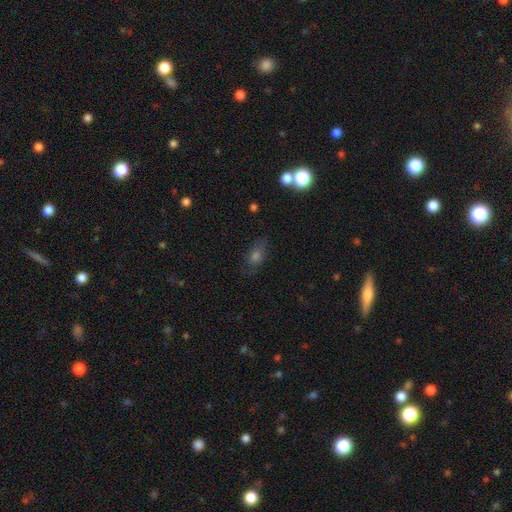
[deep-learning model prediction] Overall: smooth (61%). How rounded: in between (71%). Merging: none (76%).